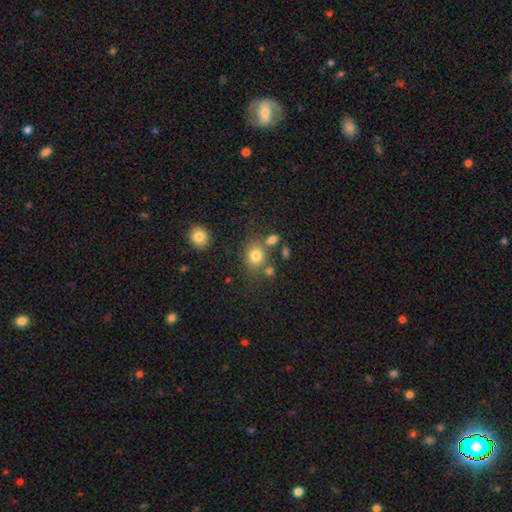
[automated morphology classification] A smooth galaxy with no disk features (78%) that is round (67%). Merging: none (63%).